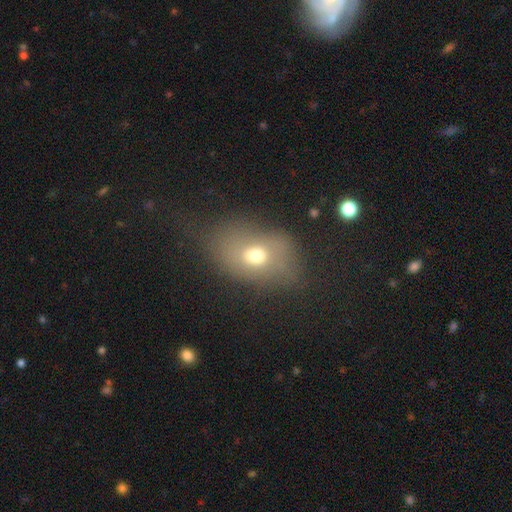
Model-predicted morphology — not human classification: Q: Smooth or featured?
A: smooth (63%); runner-up: featured or disk (22%)
Q: How rounded?
A: in between (73%); runner-up: round (26%)
Q: Merging?
A: none (49%); runner-up: minor disturbance (26%)